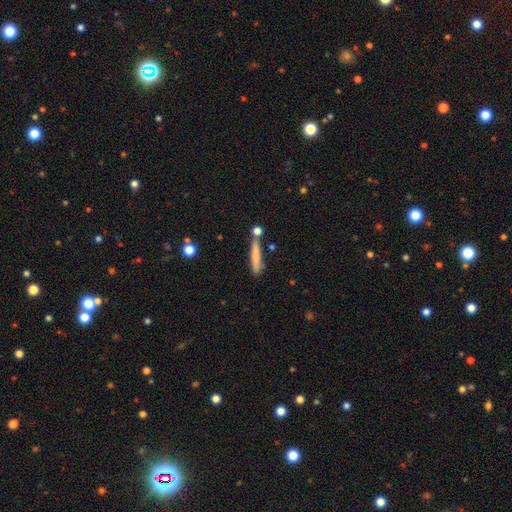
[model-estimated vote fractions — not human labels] This is likely a smooth galaxy (74%). How rounded: clearly cigar-shaped (92%). Merging: likely none (70%).